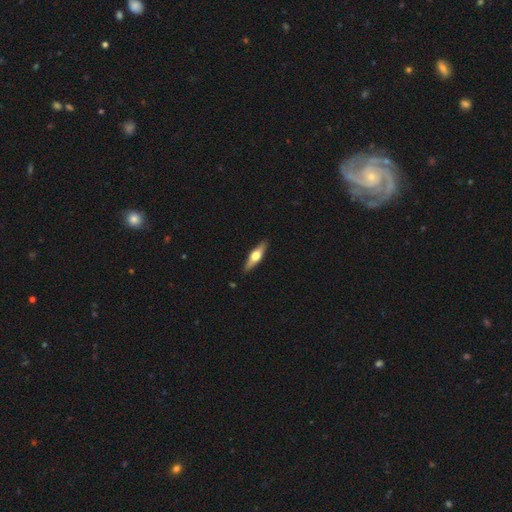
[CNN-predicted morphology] The model was most divided on "smooth or featured": featured or disk: 53%, smooth: 41%, star or artifact: 5%. More confident: edge-on disk — yes (92%); merging — none (89%).